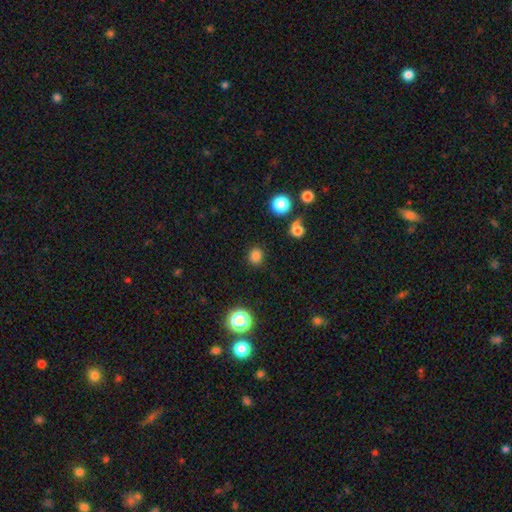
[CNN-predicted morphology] Q: Smooth or featured?
A: smooth (81%); runner-up: star or artifact (15%)
Q: How rounded?
A: round (83%); runner-up: in between (16%)
Q: Merging?
A: none (88%); runner-up: minor disturbance (7%)